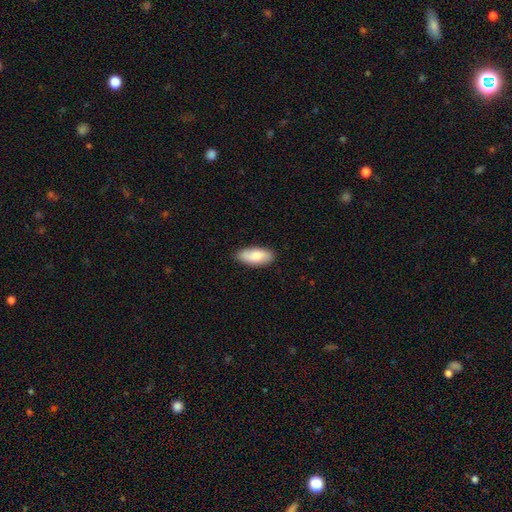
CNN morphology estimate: Overall: smooth (79%). How rounded: in between (87%). Merging: none (87%).